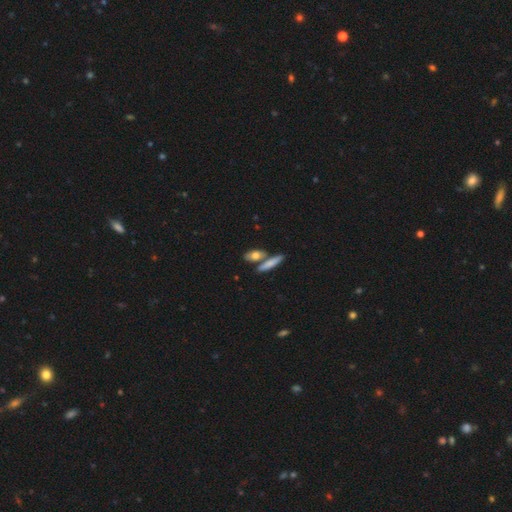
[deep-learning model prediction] Smooth or featured? Predicted: smooth (p=0.71). How rounded? Predicted: in between (p=0.53). Merging? Predicted: none (p=0.62).